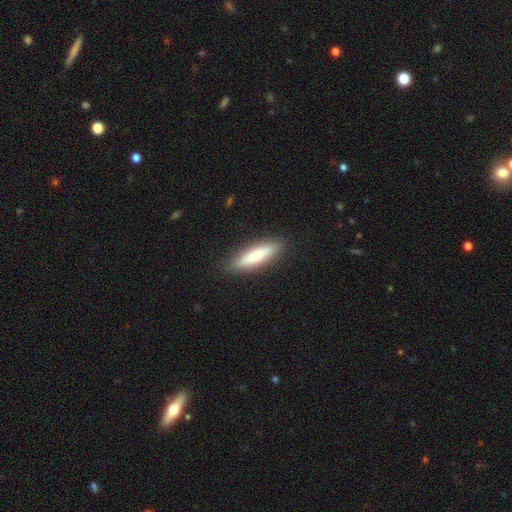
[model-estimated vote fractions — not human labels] A smooth galaxy with no disk features (70%) that is cigar-shaped (71%). Merging: none (89%).